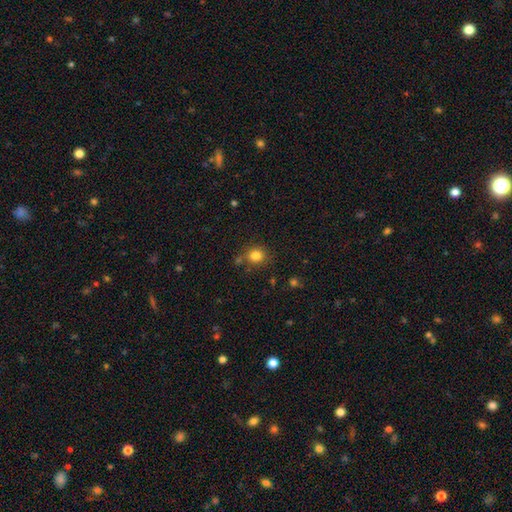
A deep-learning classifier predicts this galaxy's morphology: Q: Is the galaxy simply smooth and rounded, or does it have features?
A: smooth — 82%.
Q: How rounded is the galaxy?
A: round — 80%.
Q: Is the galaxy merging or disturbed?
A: none — 76%.